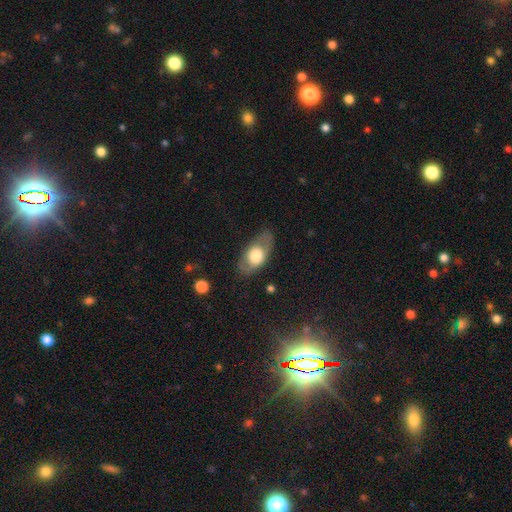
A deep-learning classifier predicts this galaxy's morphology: Smooth or featured? Predicted: smooth (p=0.59). How rounded? Predicted: in between (p=0.87). Merging? Predicted: none (p=0.78).